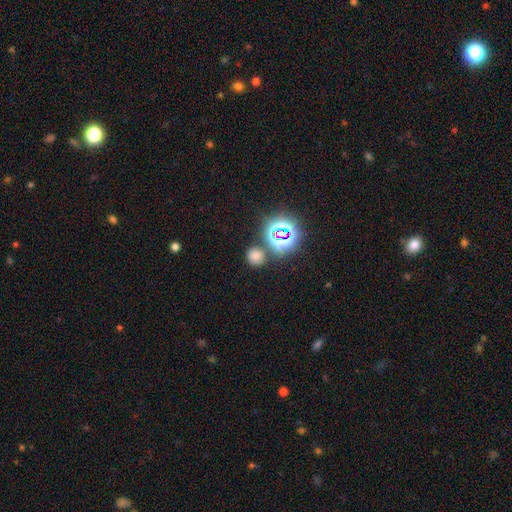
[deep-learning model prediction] Morphology: type=smooth (66%); roundness=round (85%); merging=none (79%).